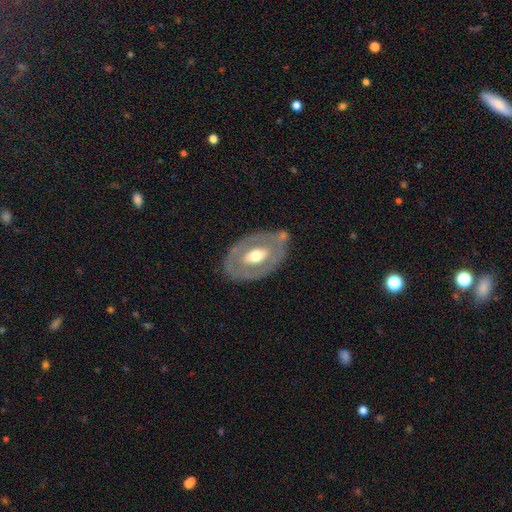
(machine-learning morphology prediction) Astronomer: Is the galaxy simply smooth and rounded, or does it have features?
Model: featured or disk — 62%.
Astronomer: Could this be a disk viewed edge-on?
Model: no — 91%.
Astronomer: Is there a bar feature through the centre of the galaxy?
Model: no — 62%.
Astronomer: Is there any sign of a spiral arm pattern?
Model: no — 83%.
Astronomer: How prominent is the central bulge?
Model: moderate — 65%.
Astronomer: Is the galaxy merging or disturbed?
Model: none — 71%.